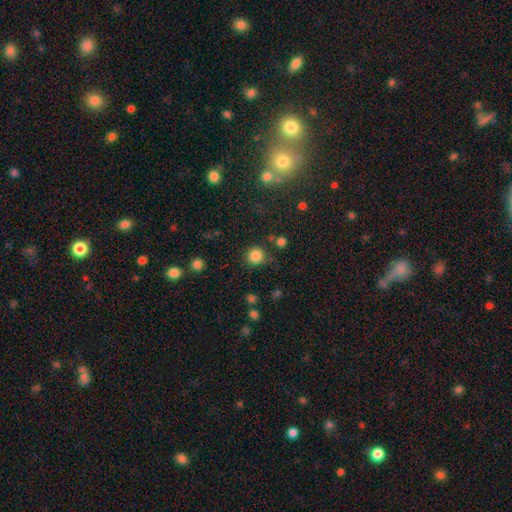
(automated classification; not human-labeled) A smooth galaxy with no disk features (84%) that is round (92%). Merging: none (79%).